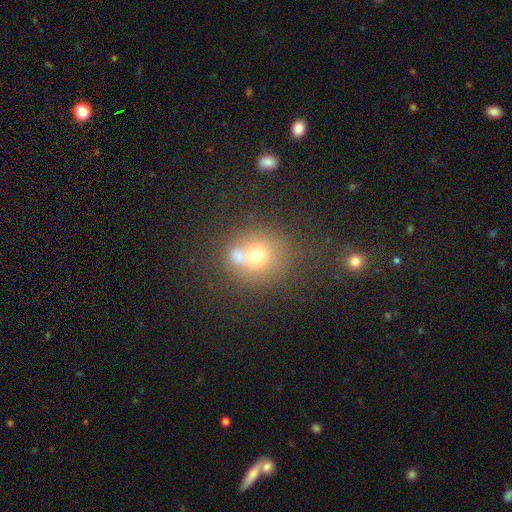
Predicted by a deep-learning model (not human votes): Smooth or featured?
  - smooth: 66% *
  - featured or disk: 20%
  - star or artifact: 15%
How rounded?
  - round: 81% *
  - in between: 18%
  - cigar-shaped: 1%
Merging?
  - merger: 43% *
  - none: 42%
  - minor disturbance: 10%
  - major disturbance: 5%